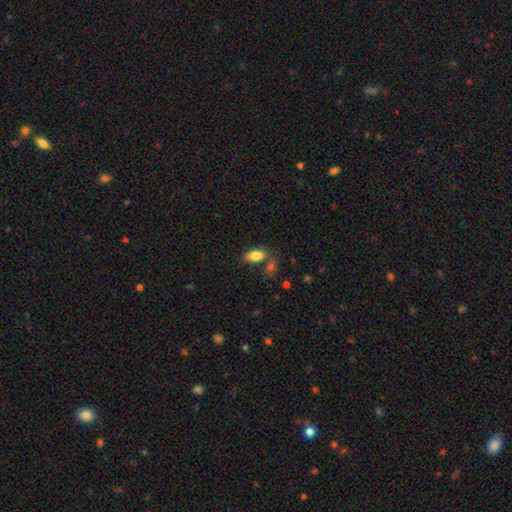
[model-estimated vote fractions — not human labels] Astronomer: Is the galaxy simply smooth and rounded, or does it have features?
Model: smooth — 83%.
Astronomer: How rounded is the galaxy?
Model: in between — 91%.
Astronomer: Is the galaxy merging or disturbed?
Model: none — 69%.